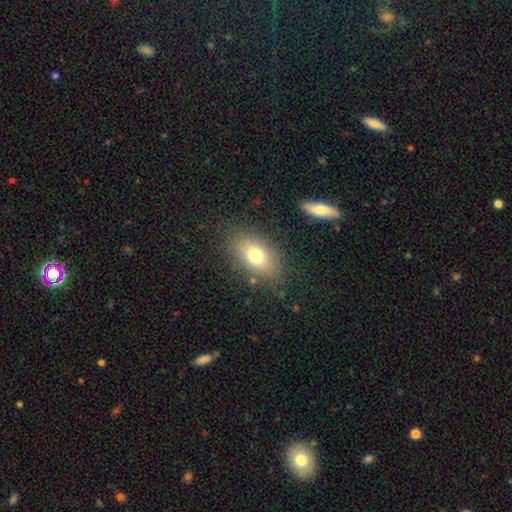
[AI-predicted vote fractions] Smooth or featured?
  - smooth: 74% *
  - featured or disk: 16%
  - star or artifact: 11%
How rounded?
  - in between: 83% *
  - round: 15%
  - cigar-shaped: 2%
Merging?
  - none: 81% *
  - minor disturbance: 12%
  - major disturbance: 5%
  - merger: 2%